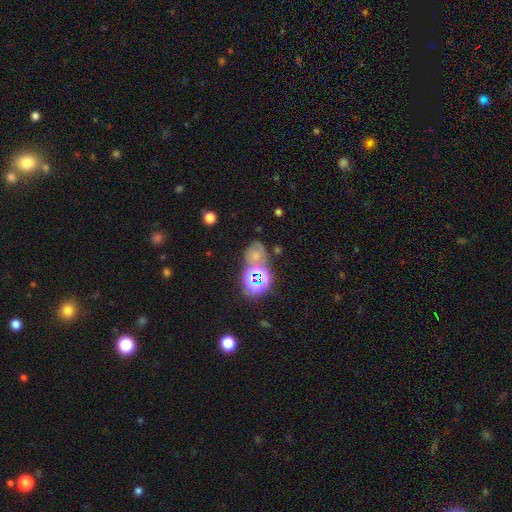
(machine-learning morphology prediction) Smooth or featured?
  - smooth: 43% *
  - star or artifact: 39%
  - featured or disk: 18%
Merging?
  - none: 50% *
  - minor disturbance: 19%
  - merger: 18%
  - major disturbance: 13%